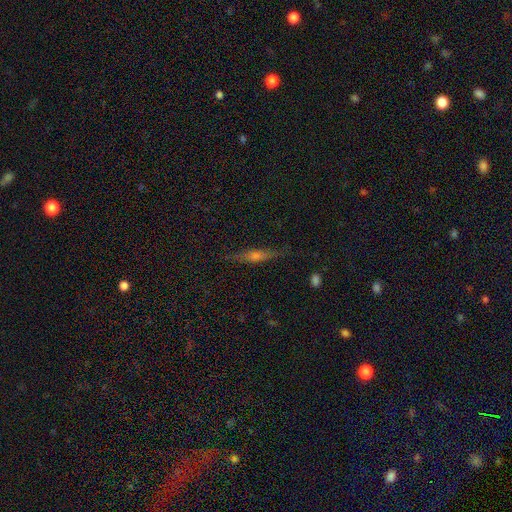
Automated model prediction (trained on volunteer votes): Overall: featured or disk (56%; smooth 33%). Edge-on disk: yes (94%). Edge-on bulge: rounded (76%). Merging: none (85%).